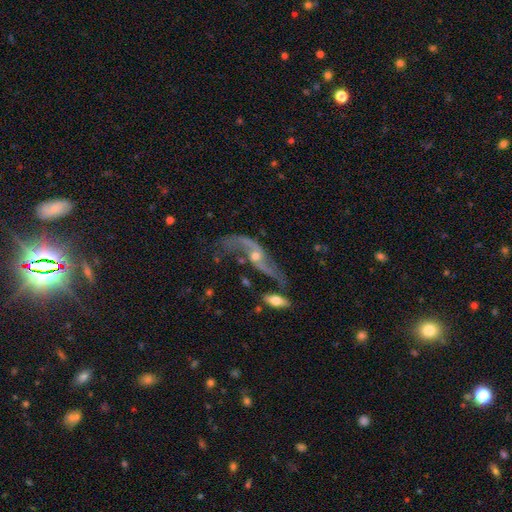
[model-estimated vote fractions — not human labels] Morphology: type=featured or disk (84%); edge-on=no (88%); bar=no (63%); spiral arms=yes (87%); winding=loose (87%); arm count=2 (85%); bulge=small (52%); merging=none (38%).